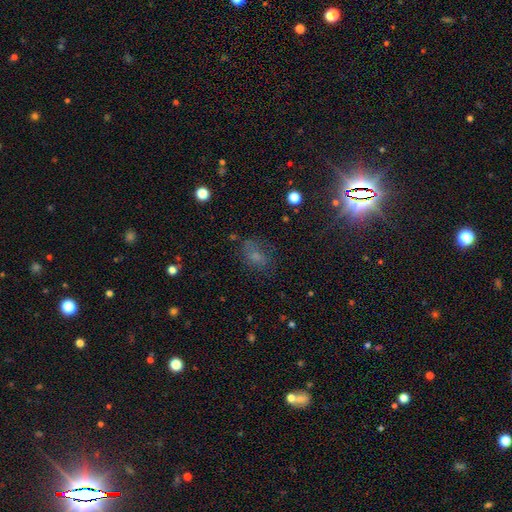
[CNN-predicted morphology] This appears to be a smooth galaxy with no disk features (52%) that is in between round and cigar-shaped (71%). Merging: none (59%).